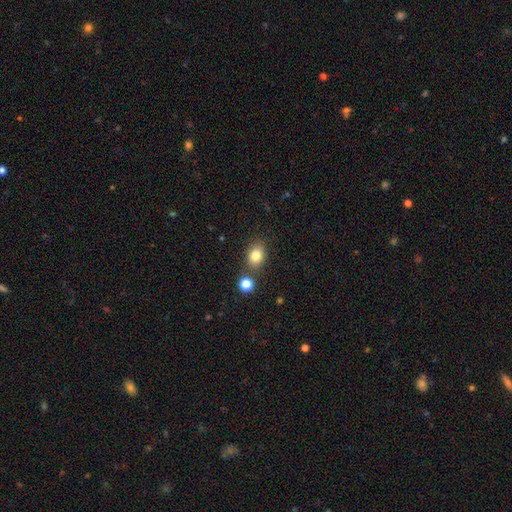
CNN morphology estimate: Overall: smooth (82%). How rounded: in between (63%; round 36%). Merging: none (73%).